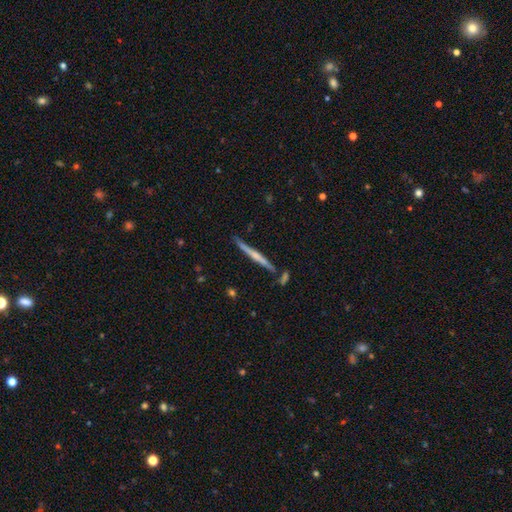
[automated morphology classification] A featured or disk galaxy (62%) viewed edge-on (97%) with no central bulge (48%).

Vote fractions:
- Smooth or featured? featured or disk: 62% / smooth: 32% / star or artifact: 6%
- Edge-on disk? yes: 97% / no: 3%
- Edge-on bulge? none: 48% / rounded: 43% / boxy: 9%
- Merging? none: 81% / minor disturbance: 11% / merger: 5% / major disturbance: 2%